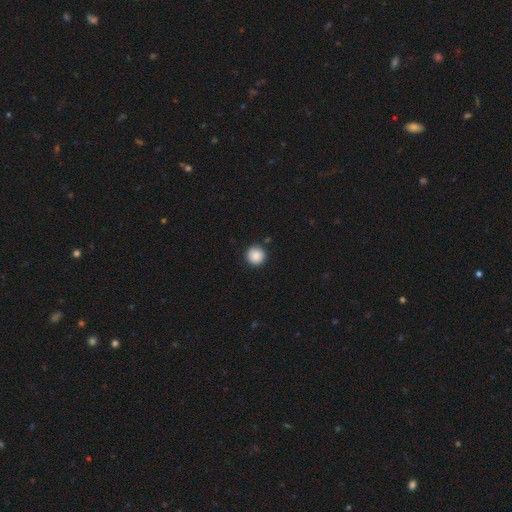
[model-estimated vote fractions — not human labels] Smooth or featured: smooth — 87% (star or artifact — 9%)
How rounded: round — 95% (in between — 4%)
Merging: none — 89% (minor disturbance — 7%)